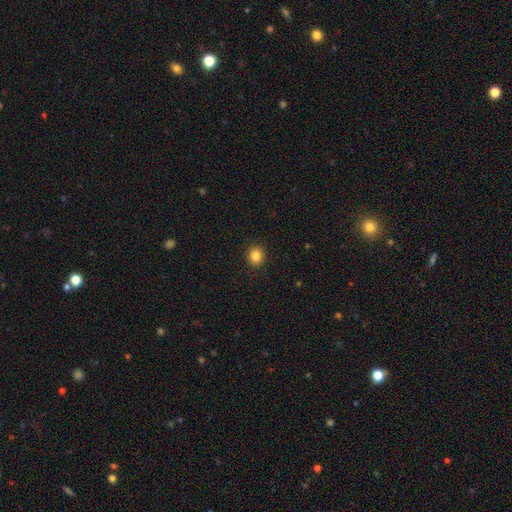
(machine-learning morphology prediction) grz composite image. It shows a smooth galaxy with no disk features (85%) that is round (85%). Merging: none (92%).